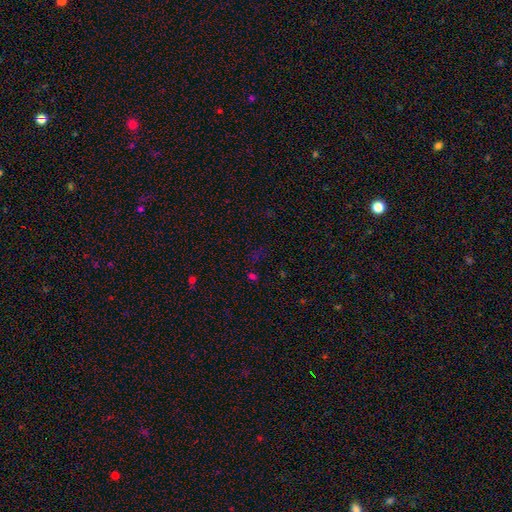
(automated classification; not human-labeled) A star or artifact, not a galaxy (57%).

Vote fractions:
- Smooth or featured? star or artifact: 57% / smooth: 35% / featured or disk: 8%